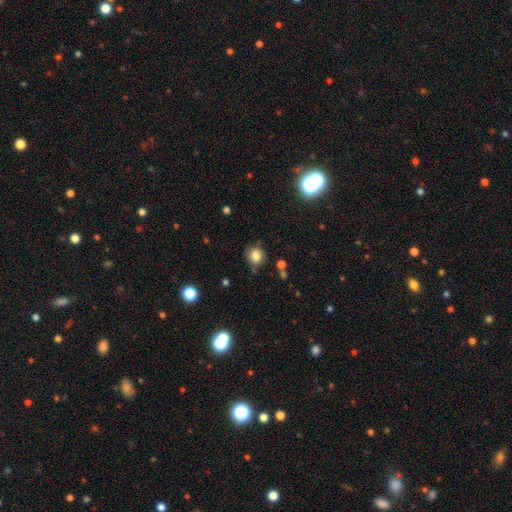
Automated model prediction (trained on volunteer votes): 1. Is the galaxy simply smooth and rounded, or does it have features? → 79% smooth, 12% star or artifact, 8% featured or disk.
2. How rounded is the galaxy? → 74% round, 25% in between, 1% cigar-shaped.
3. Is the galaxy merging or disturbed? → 74% none, 17% minor disturbance, 4% major disturbance, 4% merger.